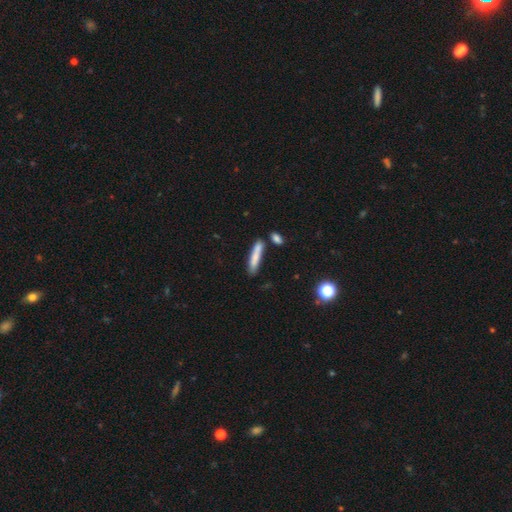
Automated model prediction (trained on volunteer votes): Smooth or featured? Predicted: smooth (p=0.76). How rounded? Predicted: cigar-shaped (p=0.88). Merging? Predicted: none (p=0.72).